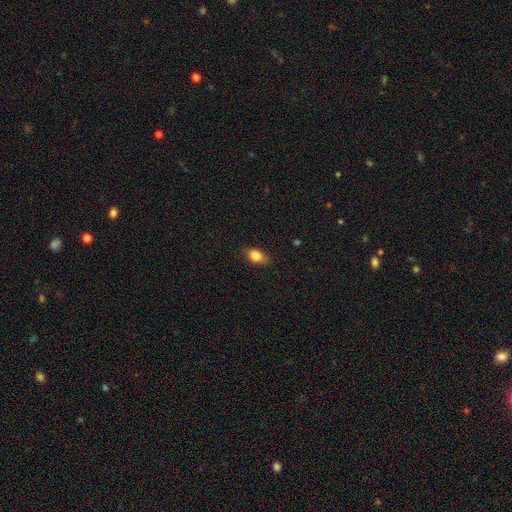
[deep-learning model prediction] A smooth galaxy with no disk features (81%) that is in between round and cigar-shaped (80%).

Vote fractions:
- Smooth or featured? smooth: 81% / featured or disk: 11% / star or artifact: 8%
- How rounded? in between: 80% / round: 15% / cigar-shaped: 5%
- Merging? none: 82% / minor disturbance: 14% / major disturbance: 3% / merger: 1%